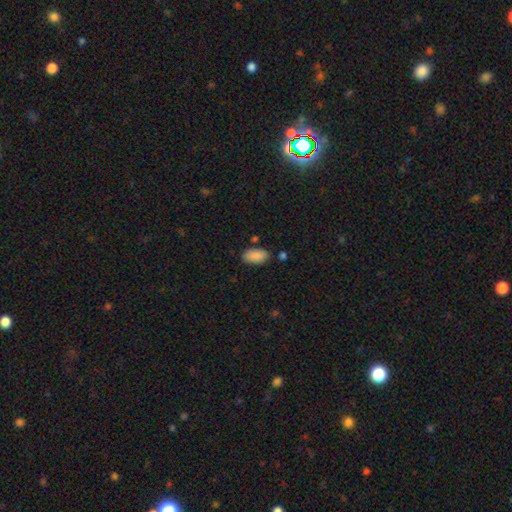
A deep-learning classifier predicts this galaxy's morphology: The model was most divided on "merging": none: 78%, minor disturbance: 15%, merger: 4%, major disturbance: 3%. More confident: how rounded — in between (93%); smooth or featured — smooth (89%).